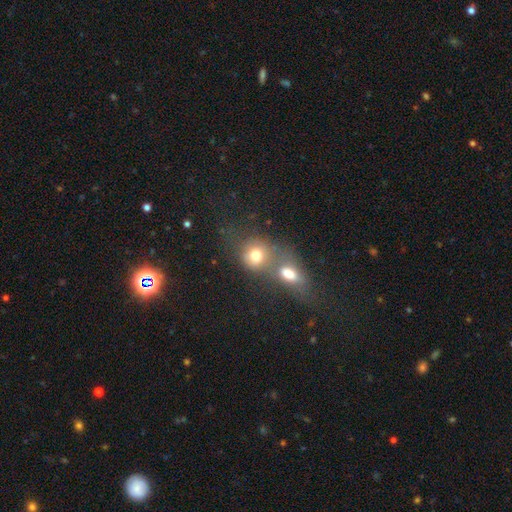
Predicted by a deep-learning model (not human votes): Overall: smooth (73%). How rounded: round (62%; in between 36%). Merging: merger (61%; none 26%).